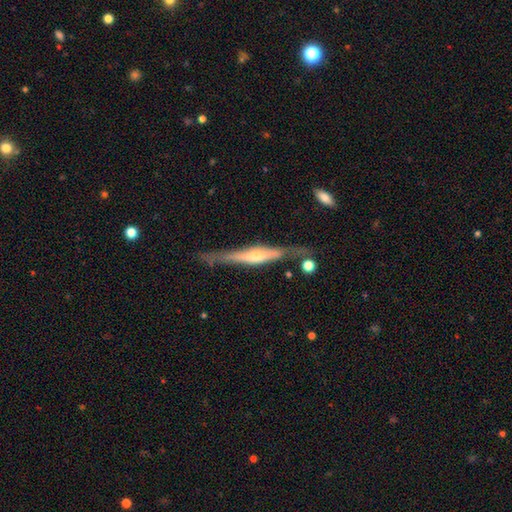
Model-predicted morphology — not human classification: Smooth or featured? featured or disk (71%)
Edge-on disk? yes (93%)
Edge-on bulge? rounded (70%)
Merging? none (71%)